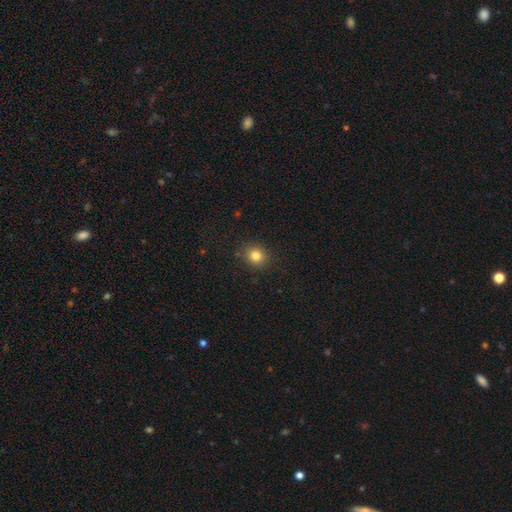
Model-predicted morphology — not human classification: Smooth or featured? smooth (82%)
How rounded? round (83%)
Merging? none (88%)